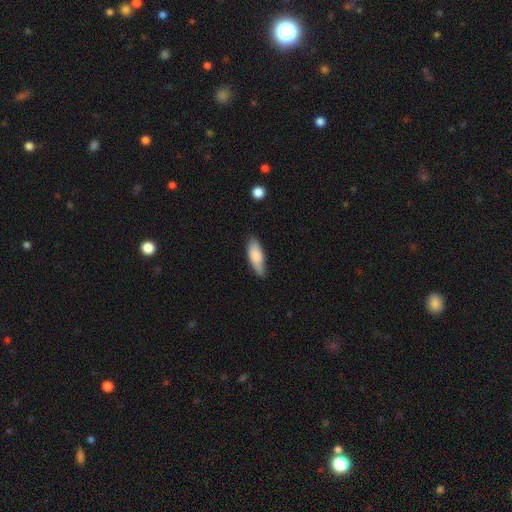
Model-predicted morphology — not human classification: smooth 81%, featured or disk 13%, star or artifact 6%. Down the decision tree: how rounded — in between (66%); merging — none (70%).